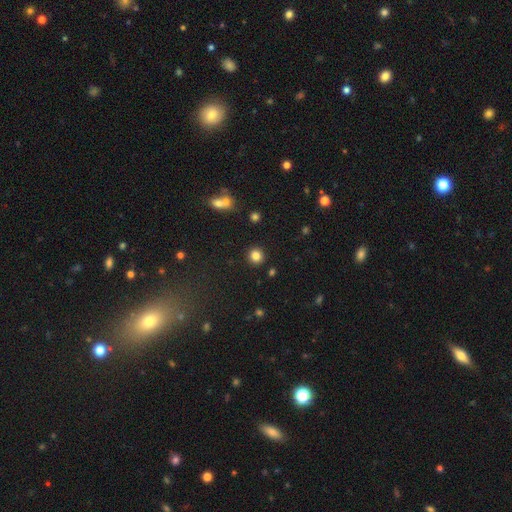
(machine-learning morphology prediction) smooth_or_featured: smooth (p=0.83) [alt: star or artifact p=0.12]
how_rounded: round (p=0.92) [alt: in between p=0.07]
merging: none (p=0.90) [alt: minor disturbance p=0.05]